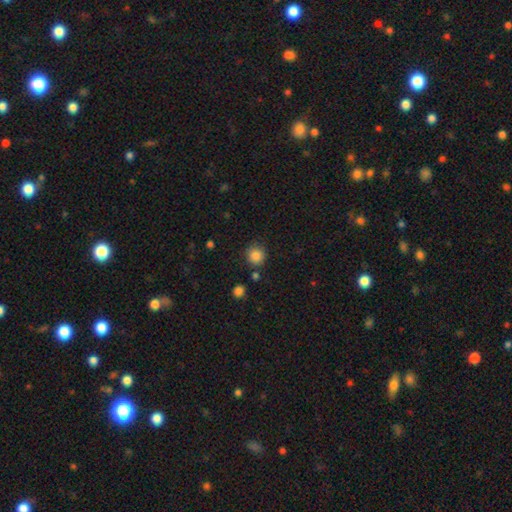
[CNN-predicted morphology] smooth_or_featured: smooth (p=0.85) [alt: star or artifact p=0.10]
how_rounded: round (p=0.92) [alt: in between p=0.07]
merging: none (p=0.82) [alt: minor disturbance p=0.10]